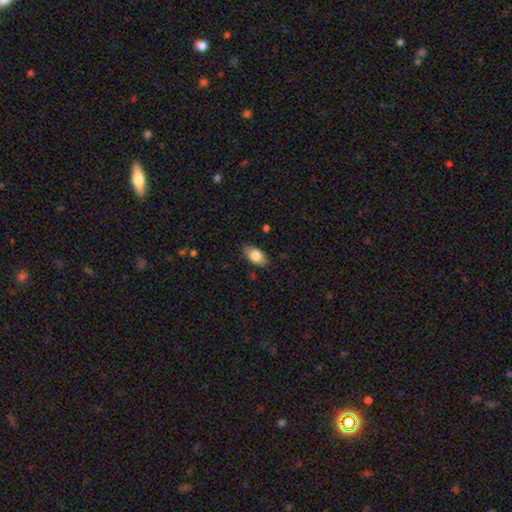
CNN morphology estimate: Overall: smooth (79%). How rounded: in between (90%). Merging: none (83%).